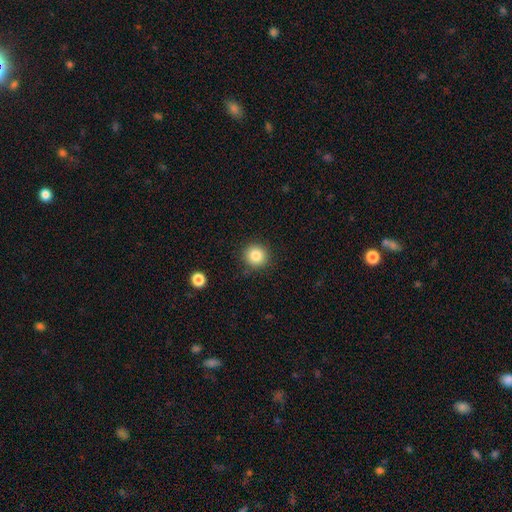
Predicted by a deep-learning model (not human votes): A smooth galaxy with no disk features (84%) that is round (93%).

Vote fractions:
- Smooth or featured? smooth: 84% / star or artifact: 10% / featured or disk: 6%
- How rounded? round: 93% / in between: 6% / cigar-shaped: 1%
- Merging? none: 90% / minor disturbance: 7% / major disturbance: 2% / merger: 1%